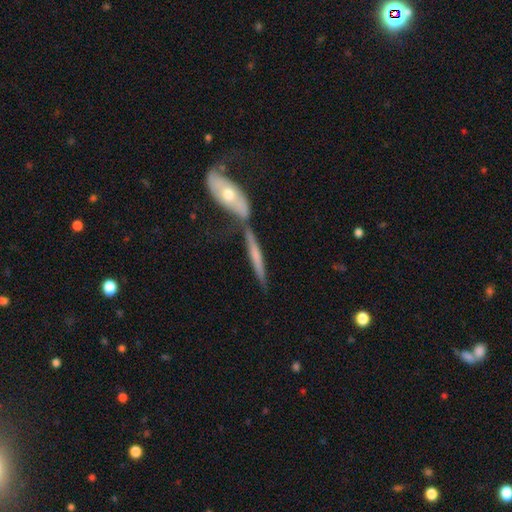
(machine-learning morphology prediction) Smooth or featured? Predicted: featured or disk (p=0.51). Edge-on disk? Predicted: yes (p=0.84). Merging? Predicted: none (p=0.46).